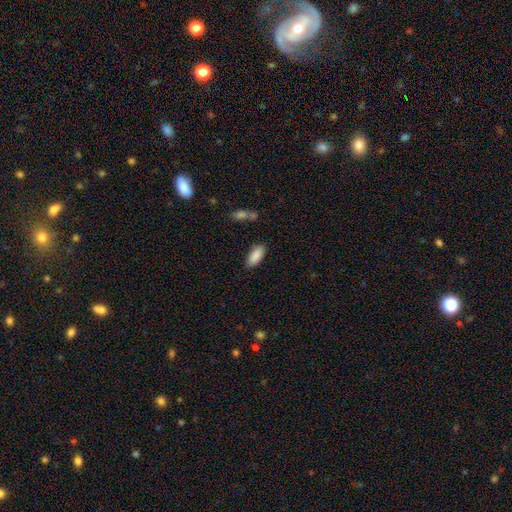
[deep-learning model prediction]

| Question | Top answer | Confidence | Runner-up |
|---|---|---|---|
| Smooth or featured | smooth | 89% | star or artifact (6%) |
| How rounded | in between | 85% | cigar-shaped (13%) |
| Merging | none | 83% | minor disturbance (12%) |